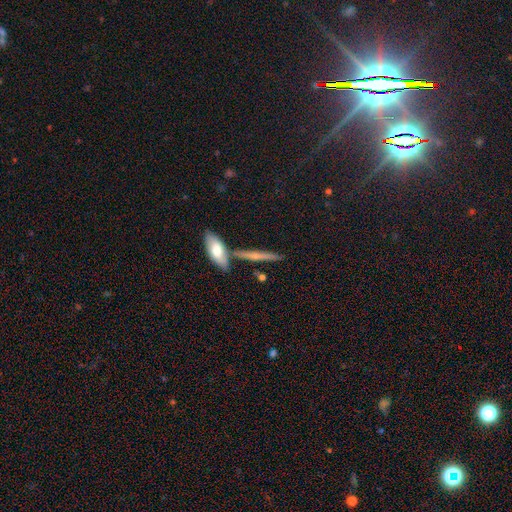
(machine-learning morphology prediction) Smooth or featured?
  - smooth: 47% *
  - featured or disk: 44%
  - star or artifact: 9%
Merging?
  - none: 71% *
  - merger: 15%
  - minor disturbance: 11%
  - major disturbance: 3%